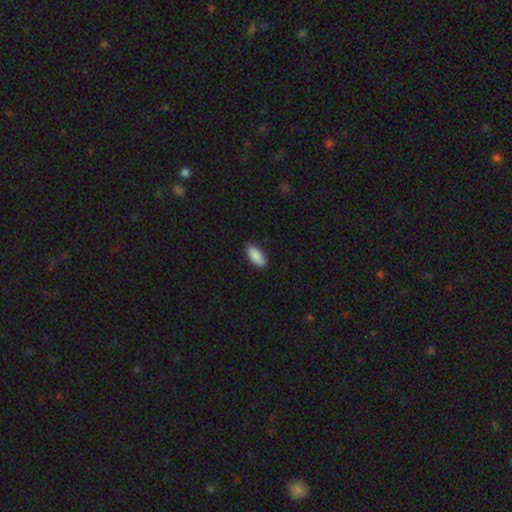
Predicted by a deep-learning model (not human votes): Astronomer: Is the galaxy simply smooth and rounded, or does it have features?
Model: smooth — 90%.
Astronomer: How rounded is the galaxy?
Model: in between — 87%.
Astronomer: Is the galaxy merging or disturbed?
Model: none — 85%.